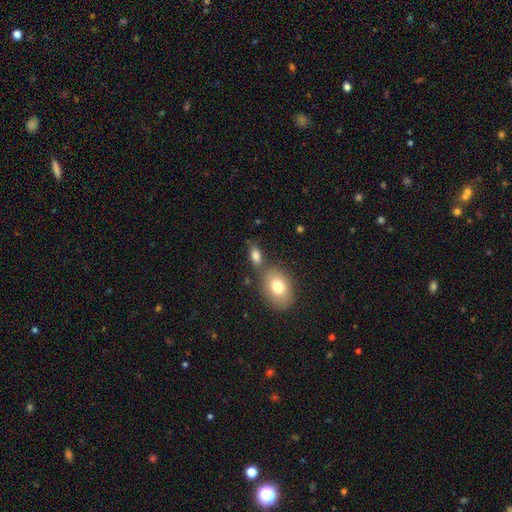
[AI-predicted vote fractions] This appears to be a smooth galaxy with no disk features (80%) that is in between round and cigar-shaped (87%). Merging: none (57%).